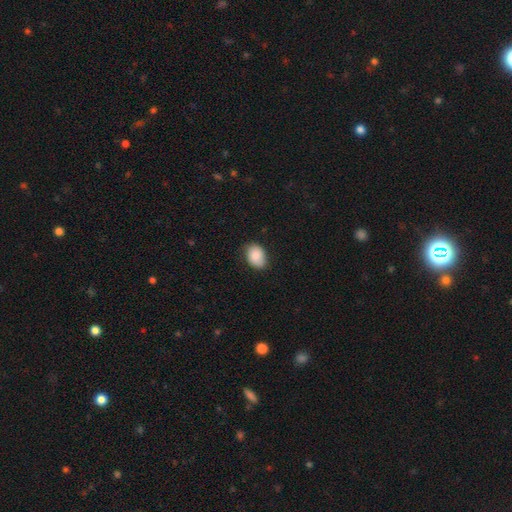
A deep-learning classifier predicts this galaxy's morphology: Smooth or featured? Predicted: smooth (p=0.83). How rounded? Predicted: in between (p=0.77). Merging? Predicted: none (p=0.79).